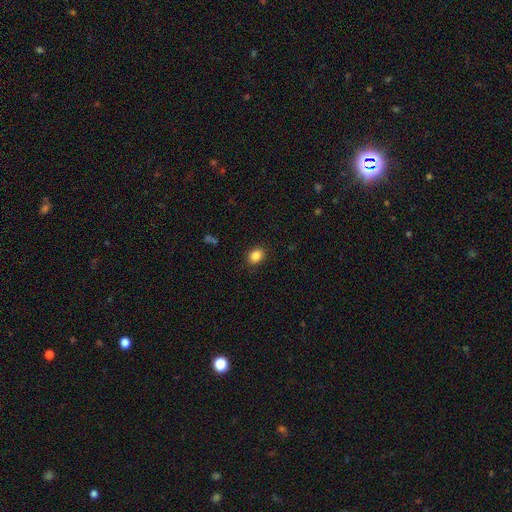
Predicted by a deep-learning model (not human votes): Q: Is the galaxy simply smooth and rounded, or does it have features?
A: smooth — 86%.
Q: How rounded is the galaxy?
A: in between — 53%.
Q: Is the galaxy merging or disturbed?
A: none — 88%.